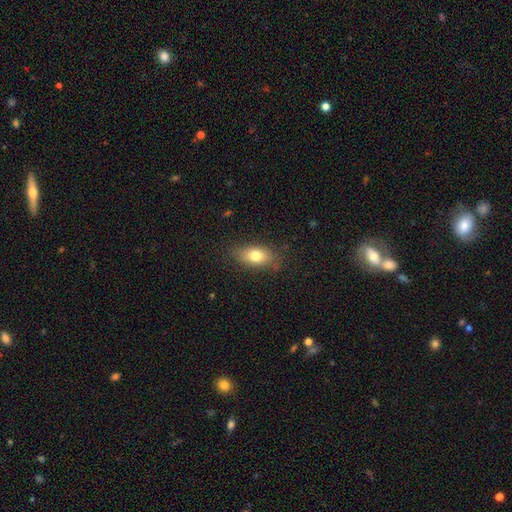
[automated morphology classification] smooth_or_featured: smooth (p=0.76) [alt: featured or disk p=0.15]
how_rounded: in between (p=0.84) [alt: round p=0.10]
merging: none (p=0.81) [alt: minor disturbance p=0.14]